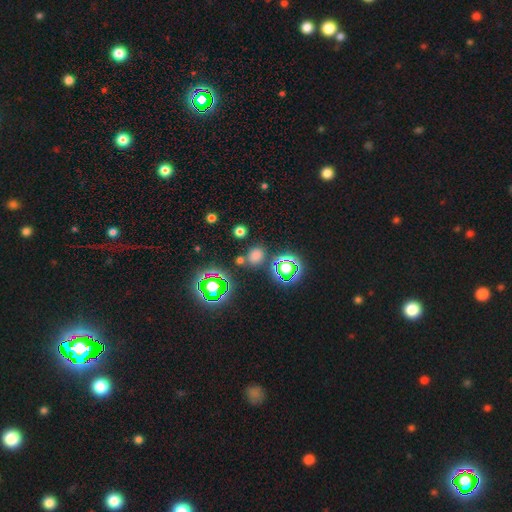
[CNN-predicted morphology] Q: Smooth or featured?
A: smooth (63%); runner-up: star or artifact (31%)
Q: How rounded?
A: round (73%); runner-up: in between (25%)
Q: Merging?
A: none (79%); runner-up: minor disturbance (9%)